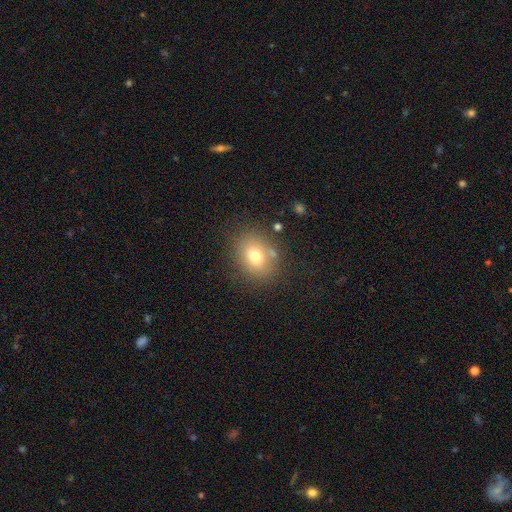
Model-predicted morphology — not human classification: type=smooth (73%); roundness=round (50%, tied with in between); merging=none (76%).